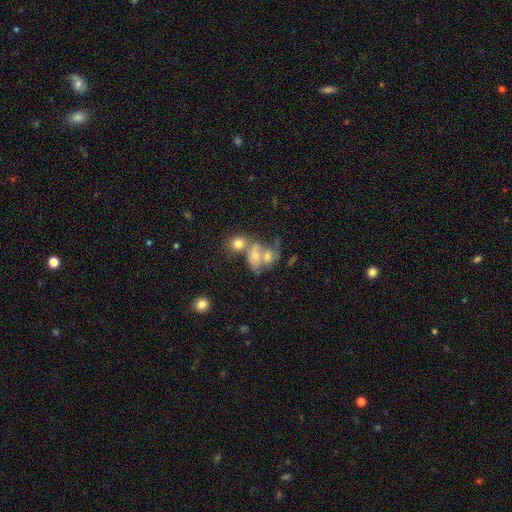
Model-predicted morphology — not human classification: smooth 56%, featured or disk 31%, star or artifact 13%. Down the decision tree: how rounded — in between (58%); merging — merger (60%).